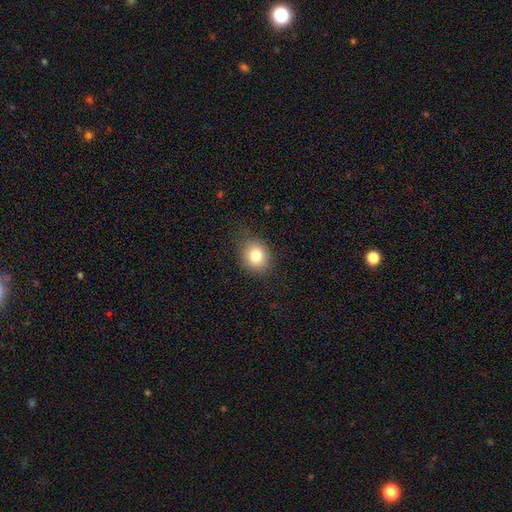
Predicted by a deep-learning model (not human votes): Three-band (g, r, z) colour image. It shows a smooth galaxy with no disk features (80%) that is round (68%). Merging: none (79%).